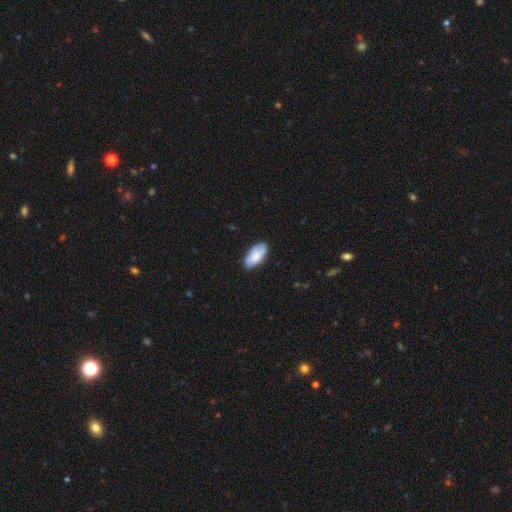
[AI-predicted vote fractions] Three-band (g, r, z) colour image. It shows a smooth galaxy with no disk features (81%) that is in between round and cigar-shaped (91%). Merging: none (85%).